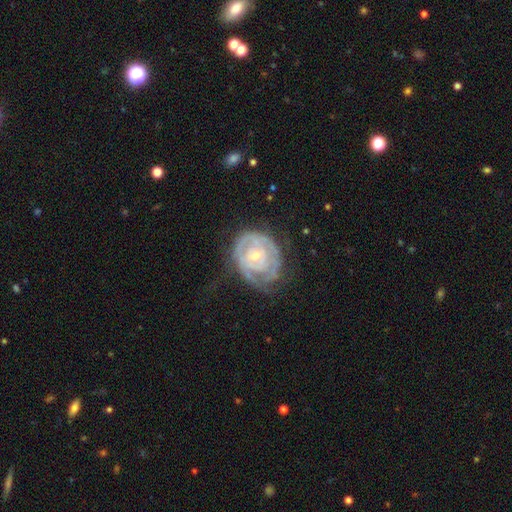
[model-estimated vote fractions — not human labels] smooth-or-featured: featured or disk: 81% | smooth: 14% | star or artifact: 6%
  disk-edge-on: no: 97% | yes: 3%
    bar: no: 75% | weak: 20% | strong: 5%
    has-spiral-arms: yes: 83% | no: 17%
      spiral-winding: tight: 77% | medium: 18% | loose: 6%
      spiral-arm-count: can't tell: 45% | 2: 25% | 3: 13% | 1: 7% | 4: 6% | more than 4: 4%
    bulge-size: small: 66% | moderate: 30% | large: 2% | none: 2% | dominant: 1%
  merging: none: 55% | minor disturbance: 26% | major disturbance: 17% | merger: 2%